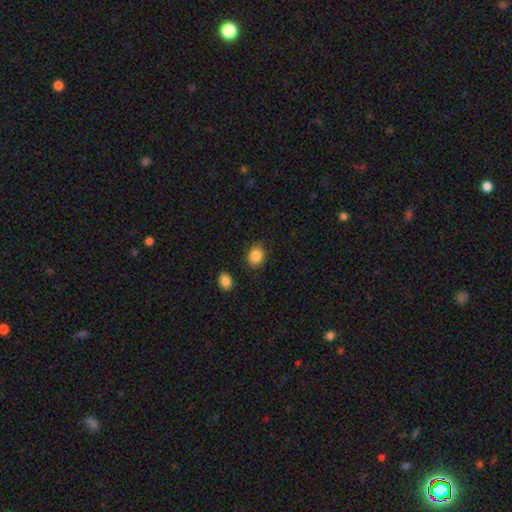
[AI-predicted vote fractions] Q: Smooth or featured?
A: smooth (87%); runner-up: star or artifact (9%)
Q: How rounded?
A: round (59%); runner-up: in between (40%)
Q: Merging?
A: none (82%); runner-up: minor disturbance (12%)